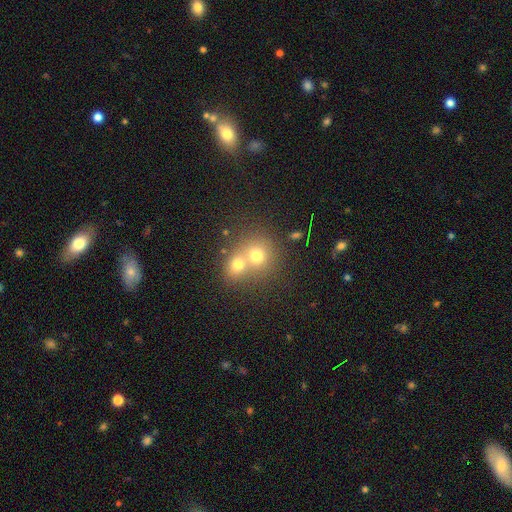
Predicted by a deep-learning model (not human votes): Morphology: type=smooth (61%); roundness=round (78%); merging=merger (58%).